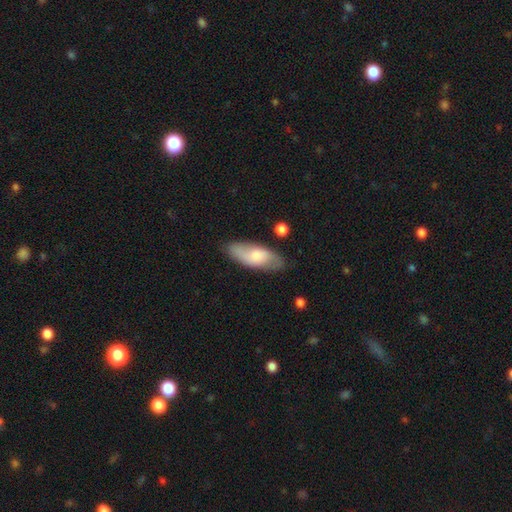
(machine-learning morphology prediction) Smooth or featured?
  - smooth: 63% *
  - featured or disk: 31%
  - star or artifact: 6%
How rounded?
  - in between: 79% *
  - cigar-shaped: 19%
  - round: 2%
Merging?
  - none: 78% *
  - minor disturbance: 15%
  - major disturbance: 4%
  - merger: 2%